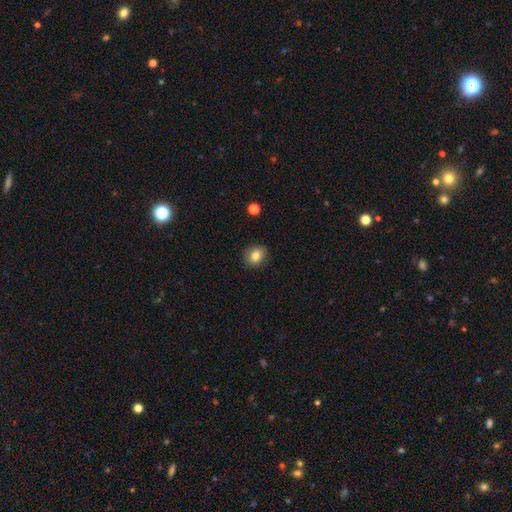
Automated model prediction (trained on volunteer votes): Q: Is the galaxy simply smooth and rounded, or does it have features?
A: smooth — 83%.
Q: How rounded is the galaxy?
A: round — 58%.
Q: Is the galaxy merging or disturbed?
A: none — 87%.